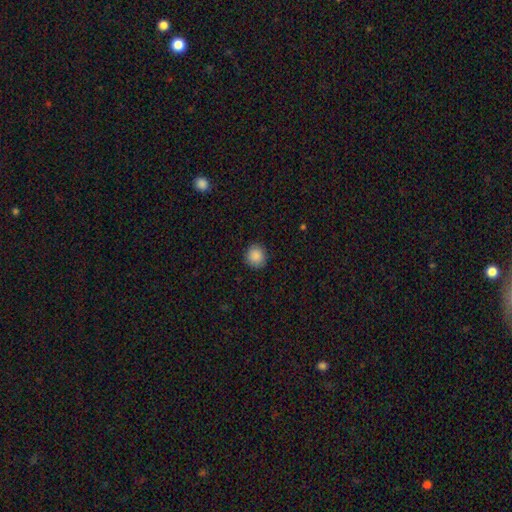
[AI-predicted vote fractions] This appears to be a smooth galaxy with no disk features (88%) that is round (90%). Merging: none (89%).